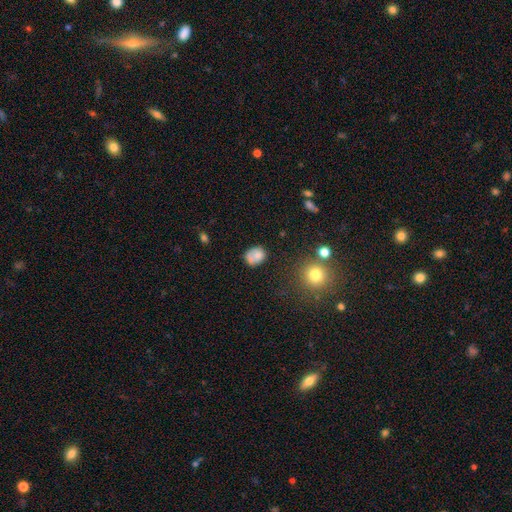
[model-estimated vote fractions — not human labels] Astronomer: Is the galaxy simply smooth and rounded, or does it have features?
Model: smooth — 71%.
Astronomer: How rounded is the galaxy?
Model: round — 55% (runner-up: in between, 44%).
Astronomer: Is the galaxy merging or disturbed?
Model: none — 47% (runner-up: merger, 22%).